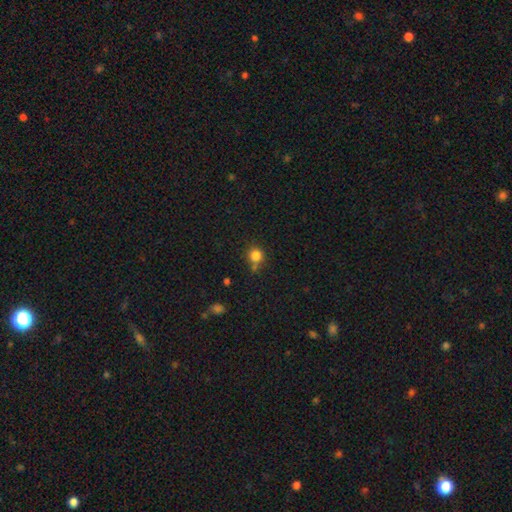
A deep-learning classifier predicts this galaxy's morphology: smooth_or_featured: smooth (p=0.82) [alt: star or artifact p=0.12]
how_rounded: round (p=0.91) [alt: in between p=0.08]
merging: none (p=0.68) [alt: merger p=0.15]